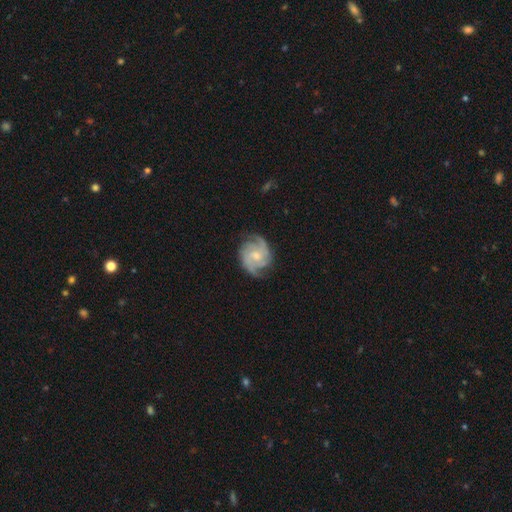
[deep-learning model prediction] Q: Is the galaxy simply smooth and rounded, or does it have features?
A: featured or disk — 85%.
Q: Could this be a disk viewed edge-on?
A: no — 98%.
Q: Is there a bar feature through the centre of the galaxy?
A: no — 55%.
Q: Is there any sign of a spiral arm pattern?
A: yes — 97%.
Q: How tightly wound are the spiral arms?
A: tight — 46%.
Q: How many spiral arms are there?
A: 2 — 38%.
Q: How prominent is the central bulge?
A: small — 48%.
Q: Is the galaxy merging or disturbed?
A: none — 74%.